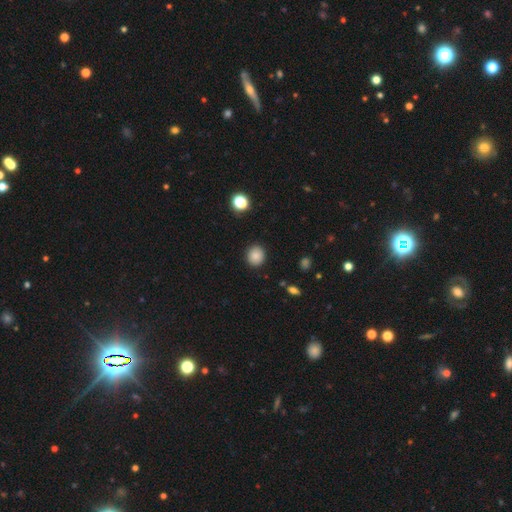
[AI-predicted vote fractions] smooth 86%, star or artifact 10%, featured or disk 4%. Down the decision tree: how rounded — round (85%); merging — none (90%).